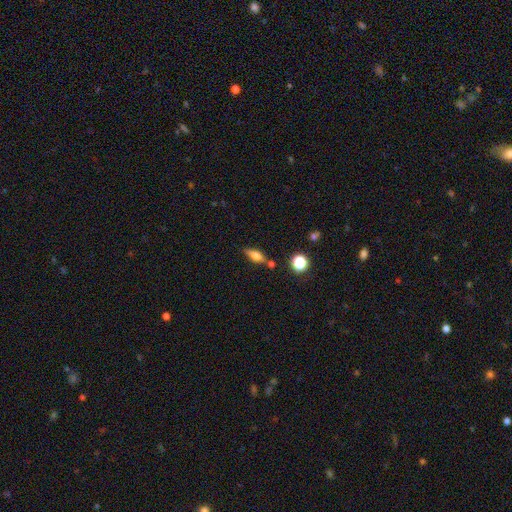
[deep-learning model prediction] The model was most divided on "smooth or featured": smooth: 61%, featured or disk: 29%, star or artifact: 11%. More confident: merging — none (71%); how rounded — in between (63%).